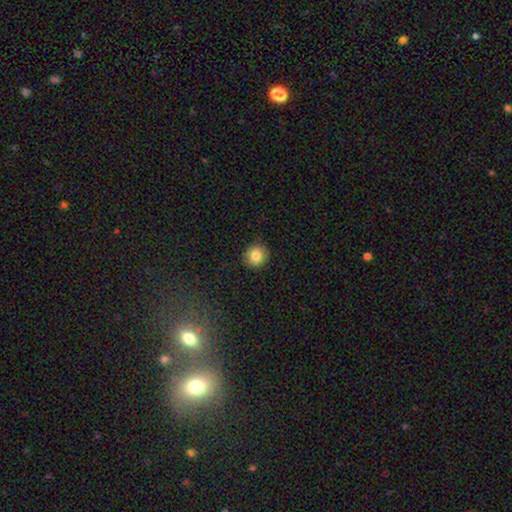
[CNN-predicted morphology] Smooth or featured?
  - smooth: 84% *
  - star or artifact: 9%
  - featured or disk: 7%
How rounded?
  - round: 89% *
  - in between: 10%
  - cigar-shaped: 1%
Merging?
  - none: 89% *
  - minor disturbance: 8%
  - major disturbance: 2%
  - merger: 1%